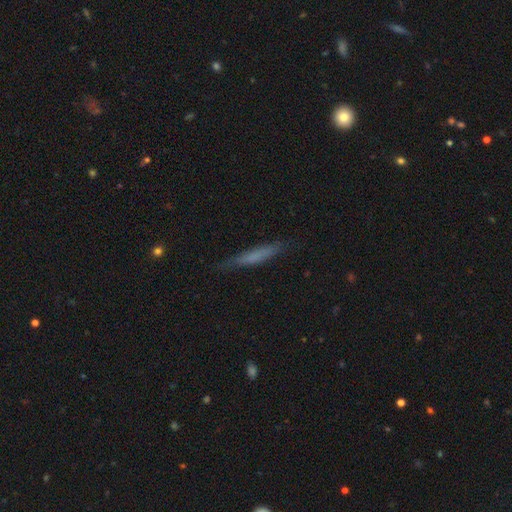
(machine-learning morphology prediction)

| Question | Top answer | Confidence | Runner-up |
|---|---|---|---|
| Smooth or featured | smooth | 60% | featured or disk (32%) |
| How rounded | cigar-shaped | 91% | in between (7%) |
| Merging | none | 80% | minor disturbance (15%) |